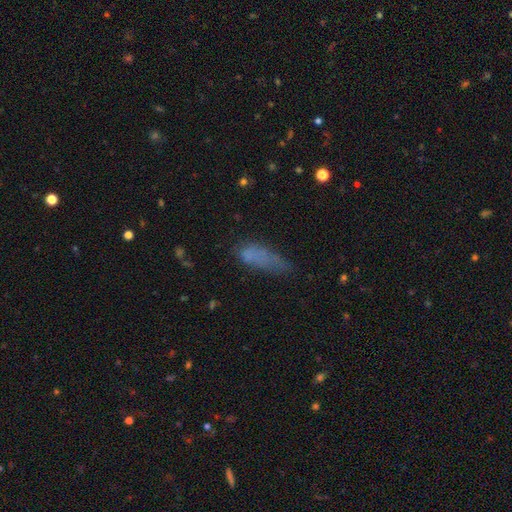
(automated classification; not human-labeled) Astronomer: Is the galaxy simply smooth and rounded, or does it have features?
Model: smooth — 66%.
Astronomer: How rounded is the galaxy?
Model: in between — 62%.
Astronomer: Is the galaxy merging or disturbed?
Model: none — 37% (runner-up: minor disturbance, 30%).